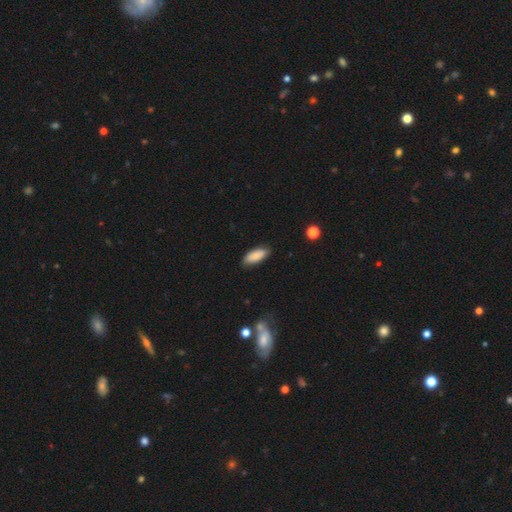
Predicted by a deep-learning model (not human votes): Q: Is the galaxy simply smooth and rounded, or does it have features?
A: smooth — 84%.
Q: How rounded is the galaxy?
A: in between — 82%.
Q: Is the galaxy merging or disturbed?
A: none — 81%.